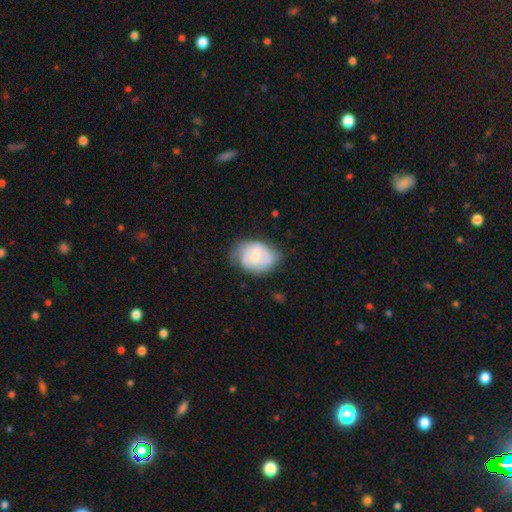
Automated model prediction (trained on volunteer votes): Smooth or featured?
  - featured or disk: 57% *
  - smooth: 36%
  - star or artifact: 6%
Edge-on disk?
  - no: 97% *
  - yes: 3%
Bar?
  - weak: 54% *
  - no: 30%
  - strong: 16%
Spiral arms?
  - yes: 77% *
  - no: 23%
Bulge size?
  - small: 50% *
  - moderate: 39%
  - none: 7%
  - large: 3%
  - dominant: 1%
Merging?
  - none: 54% *
  - minor disturbance: 32%
  - major disturbance: 12%
  - merger: 2%